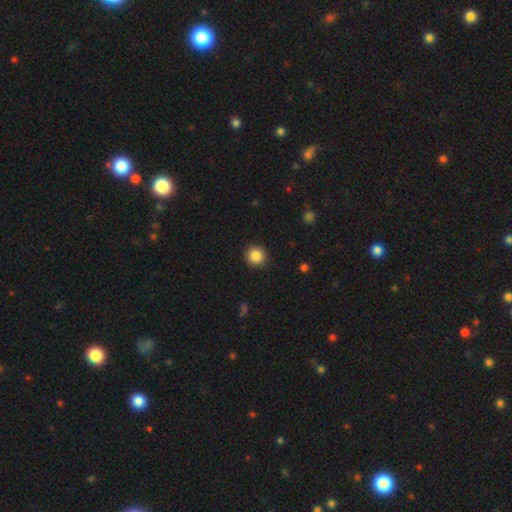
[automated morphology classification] Smooth or featured: smooth — 87% (star or artifact — 10%)
How rounded: round — 93% (in between — 6%)
Merging: none — 92% (minor disturbance — 6%)